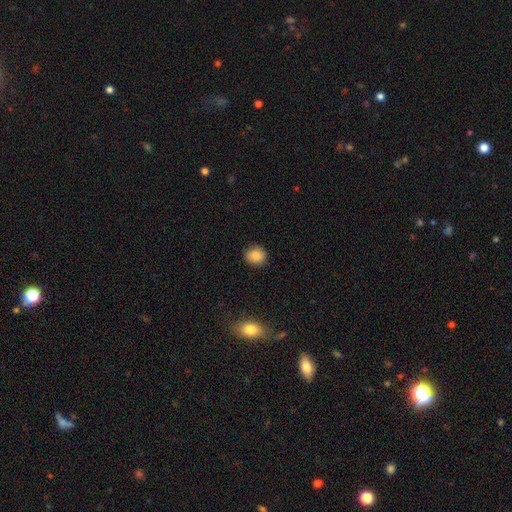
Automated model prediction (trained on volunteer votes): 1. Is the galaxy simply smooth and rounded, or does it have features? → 86% smooth, 9% star or artifact, 4% featured or disk.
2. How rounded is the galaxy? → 73% round, 26% in between, 1% cigar-shaped.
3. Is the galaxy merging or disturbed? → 88% none, 9% minor disturbance, 2% major disturbance, 1% merger.